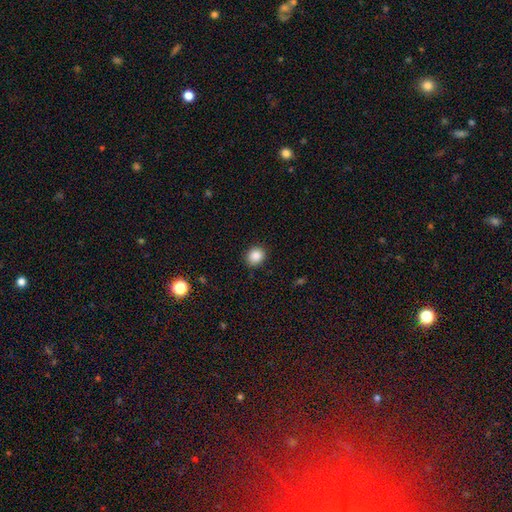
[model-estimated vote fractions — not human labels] This appears to be a smooth galaxy with no disk features (87%) that is round (73%). Merging: none (89%).